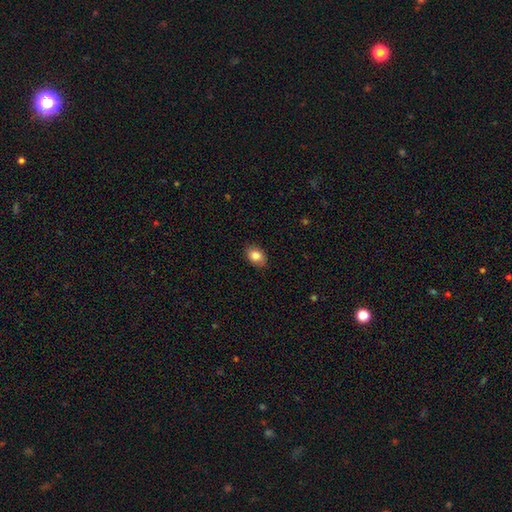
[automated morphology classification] A smooth galaxy with no disk features (84%) that is in between round and cigar-shaped (79%).

Vote fractions:
- Smooth or featured? smooth: 84% / star or artifact: 8% / featured or disk: 8%
- How rounded? in between: 79% / round: 20% / cigar-shaped: 1%
- Merging? none: 87% / minor disturbance: 10% / major disturbance: 2% / merger: 1%